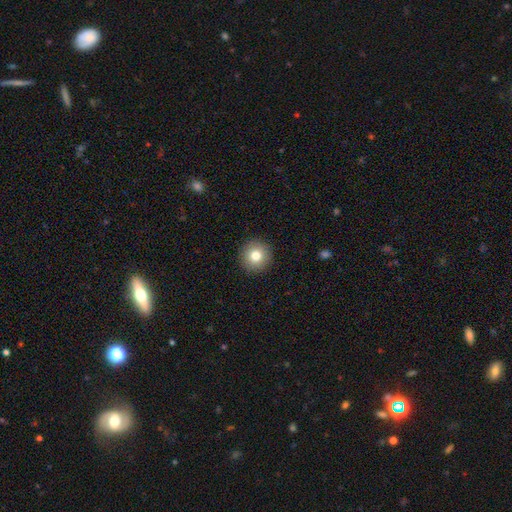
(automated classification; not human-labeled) This appears to be a smooth galaxy with no disk features (79%) that is round (95%). Merging: none (92%).